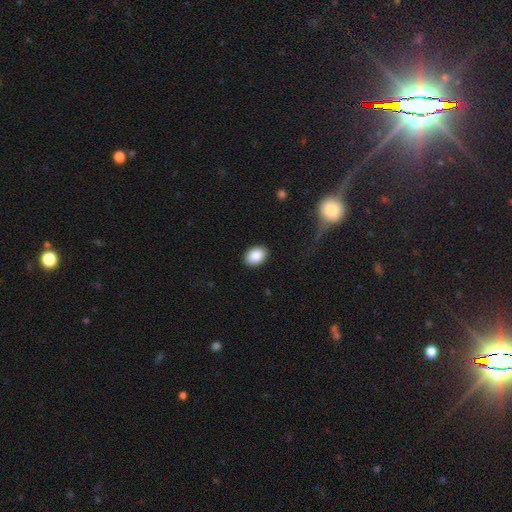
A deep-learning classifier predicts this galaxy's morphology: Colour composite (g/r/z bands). It shows a smooth galaxy with no disk features (89%) that is in between round and cigar-shaped (83%). Merging: none (89%).